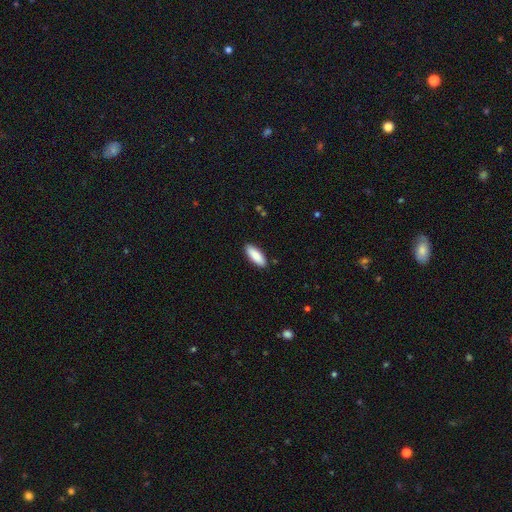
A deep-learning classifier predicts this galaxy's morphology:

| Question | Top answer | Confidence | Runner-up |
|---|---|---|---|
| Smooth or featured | smooth | 88% | featured or disk (6%) |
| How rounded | in between | 72% | cigar-shaped (27%) |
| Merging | none | 89% | minor disturbance (8%) |